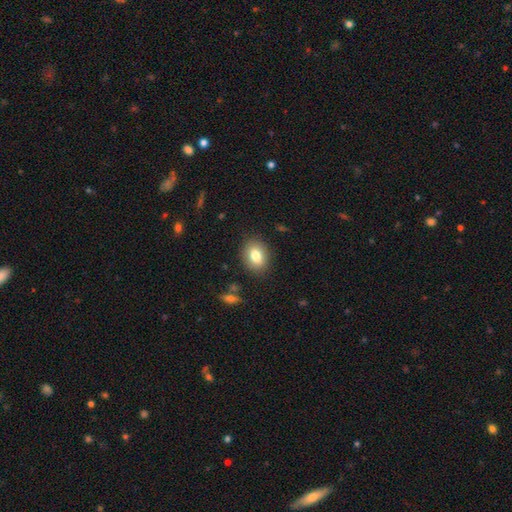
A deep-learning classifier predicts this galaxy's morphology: smooth_or_featured: smooth (p=0.80) [alt: featured or disk p=0.11]
how_rounded: in between (p=0.69) [alt: round p=0.30]
merging: none (p=0.87) [alt: minor disturbance p=0.09]